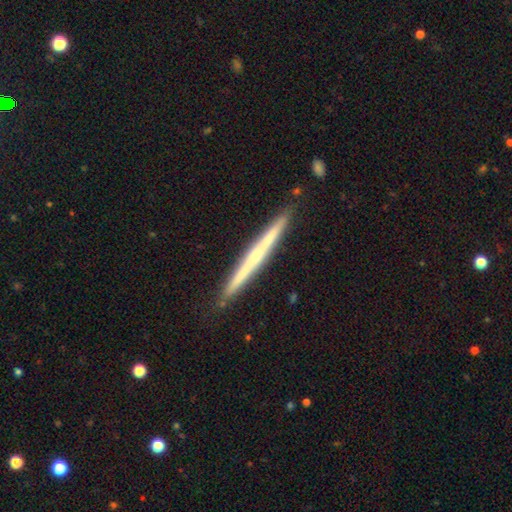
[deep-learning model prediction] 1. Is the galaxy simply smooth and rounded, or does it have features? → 66% featured or disk, 28% smooth, 6% star or artifact.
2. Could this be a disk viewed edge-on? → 98% yes, 2% no.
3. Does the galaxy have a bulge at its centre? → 54% none, 41% rounded, 5% boxy.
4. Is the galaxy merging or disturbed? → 90% none, 7% minor disturbance, 2% merger, 1% major disturbance.